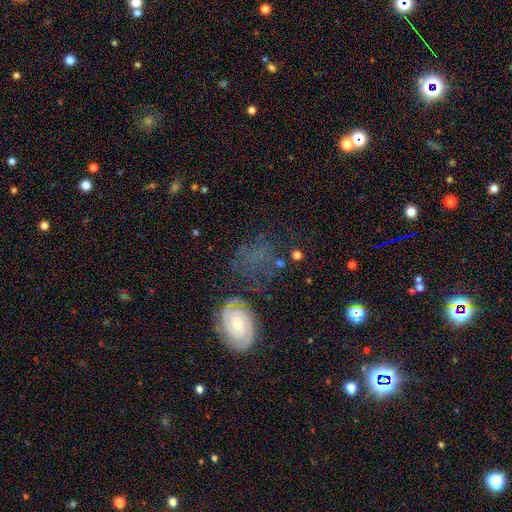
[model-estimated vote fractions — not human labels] Smooth or featured? featured or disk (41%)
Merging? none (56%)